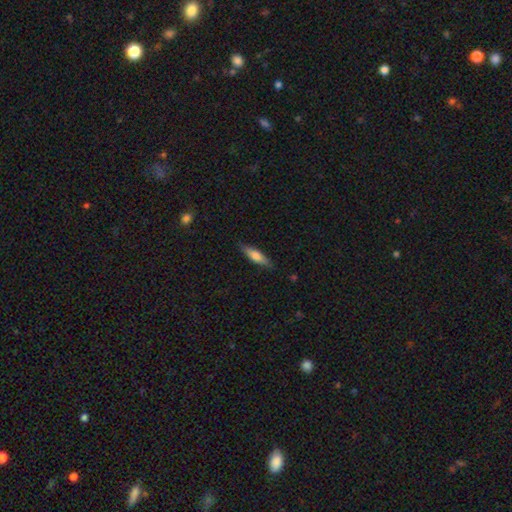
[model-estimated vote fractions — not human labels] A smooth galaxy with no disk features (62%) that is cigar-shaped (62%). Merging: none (85%).